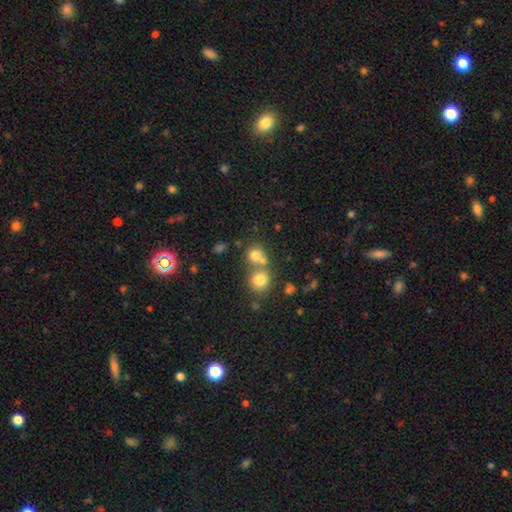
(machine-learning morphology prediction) Smooth or featured? Predicted: smooth (p=0.75). How rounded? Predicted: round (p=0.84). Merging? Predicted: none (p=0.46).